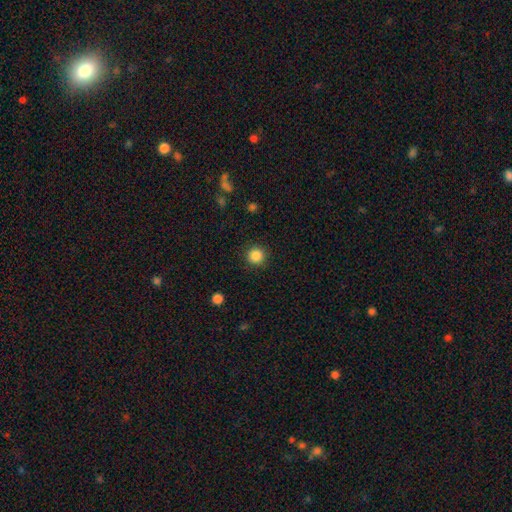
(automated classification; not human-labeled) This is clearly a smooth galaxy (86%). How rounded: clearly round (95%). Merging: clearly none (91%).